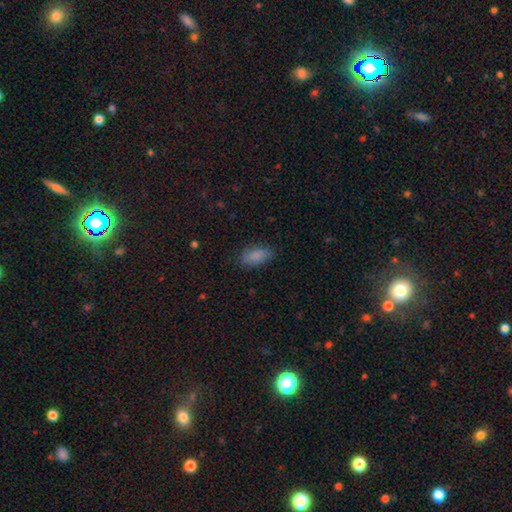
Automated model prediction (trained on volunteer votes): This is clearly a smooth galaxy (86%). How rounded: clearly in between (90%). Merging: clearly none (81%).